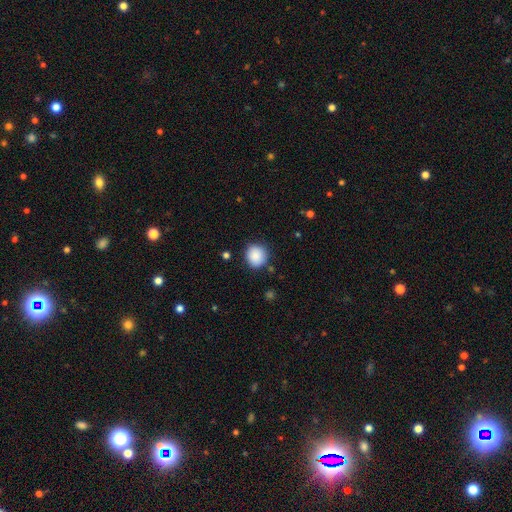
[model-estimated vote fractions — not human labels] This appears to be a smooth galaxy with no disk features (88%) that is round (89%). Merging: none (84%).